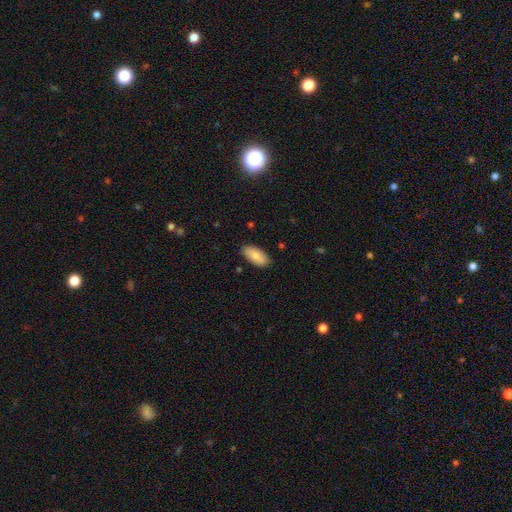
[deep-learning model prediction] smooth-or-featured: smooth: 83% | featured or disk: 11% | star or artifact: 6%
  how-rounded: in between: 93% | cigar-shaped: 5% | round: 2%
  merging: none: 86% | minor disturbance: 11% | major disturbance: 2% | merger: 1%